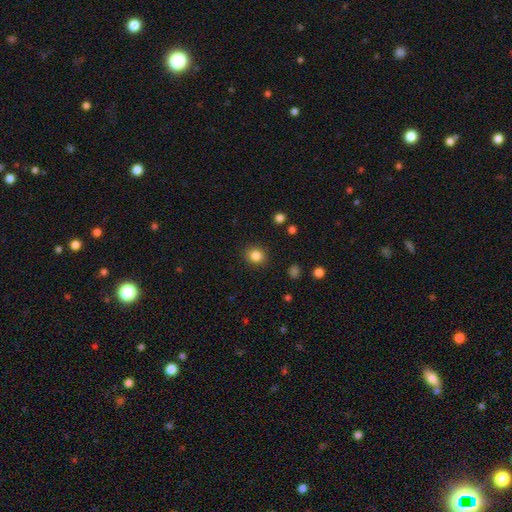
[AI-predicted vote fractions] Smooth or featured? Predicted: smooth (p=0.84). How rounded? Predicted: round (p=0.81). Merging? Predicted: none (p=0.90).